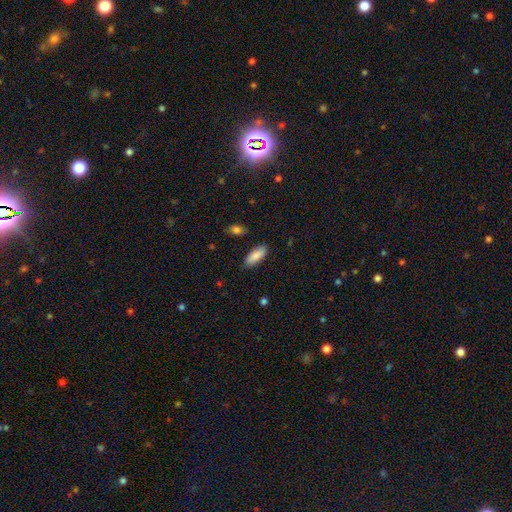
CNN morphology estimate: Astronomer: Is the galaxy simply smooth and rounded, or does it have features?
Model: smooth — 88%.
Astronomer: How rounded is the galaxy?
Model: in between — 75%.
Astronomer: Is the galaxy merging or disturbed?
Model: none — 85%.